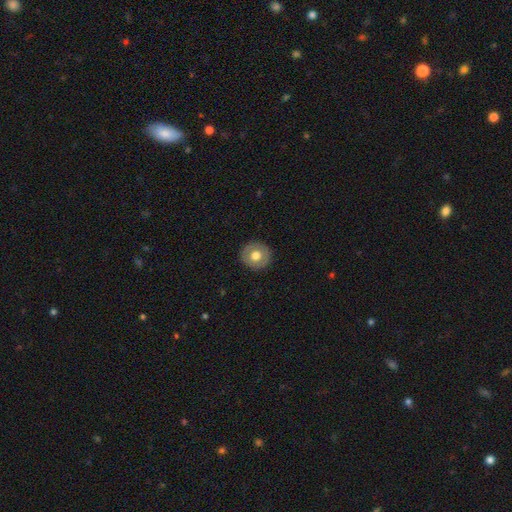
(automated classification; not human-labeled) Smooth or featured? smooth (63%)
How rounded? round (91%)
Merging? none (90%)